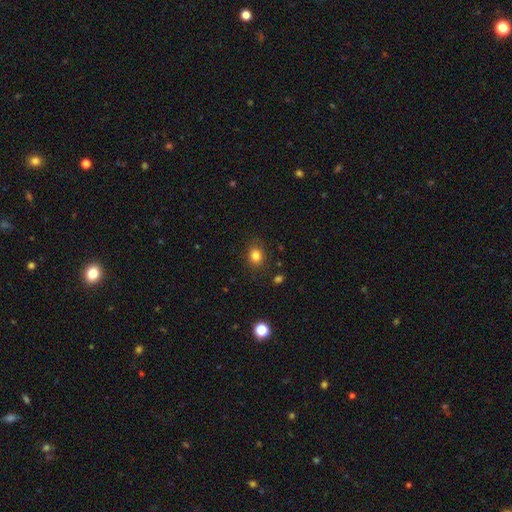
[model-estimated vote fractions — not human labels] A smooth galaxy with no disk features (82%) that is round (63%).

Vote fractions:
- Smooth or featured? smooth: 82% / star or artifact: 12% / featured or disk: 6%
- How rounded? round: 63% / in between: 36% / cigar-shaped: 1%
- Merging? none: 85% / minor disturbance: 11% / major disturbance: 3% / merger: 2%